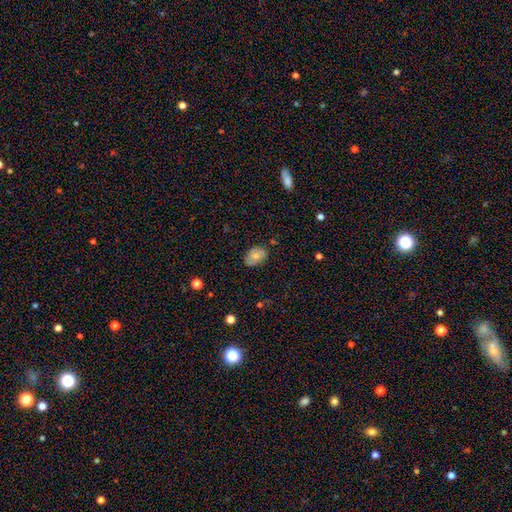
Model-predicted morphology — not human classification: smooth 73%, featured or disk 19%, star or artifact 8%. Down the decision tree: how rounded — in between (82%); merging — none (75%).